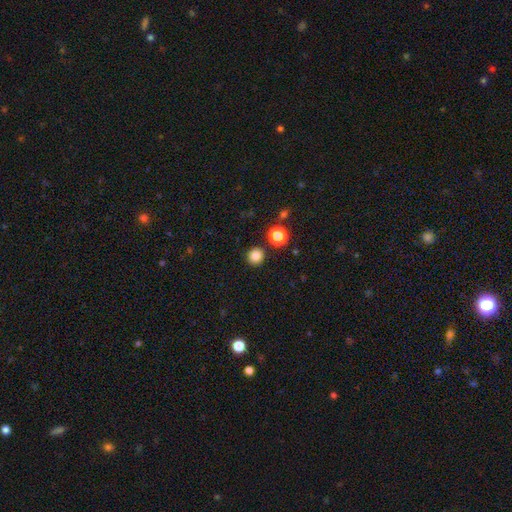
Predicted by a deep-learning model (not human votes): Smooth or featured?
  - smooth: 83% *
  - star or artifact: 13%
  - featured or disk: 4%
How rounded?
  - round: 94% *
  - in between: 5%
  - cigar-shaped: 1%
Merging?
  - none: 90% *
  - minor disturbance: 5%
  - merger: 3%
  - major disturbance: 2%